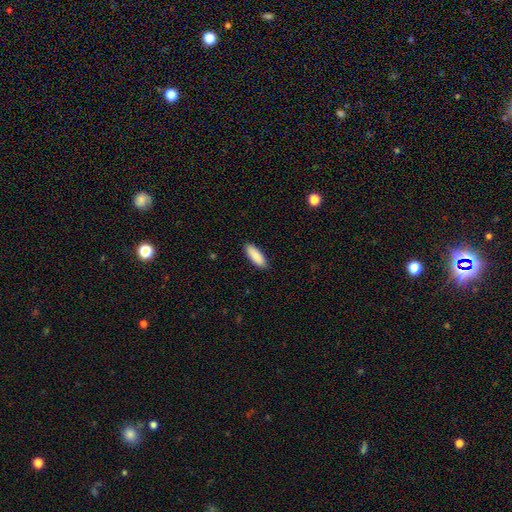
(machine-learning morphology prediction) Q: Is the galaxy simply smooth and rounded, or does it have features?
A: smooth — 90%.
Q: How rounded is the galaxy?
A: in between — 67%.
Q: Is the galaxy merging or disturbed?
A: none — 89%.